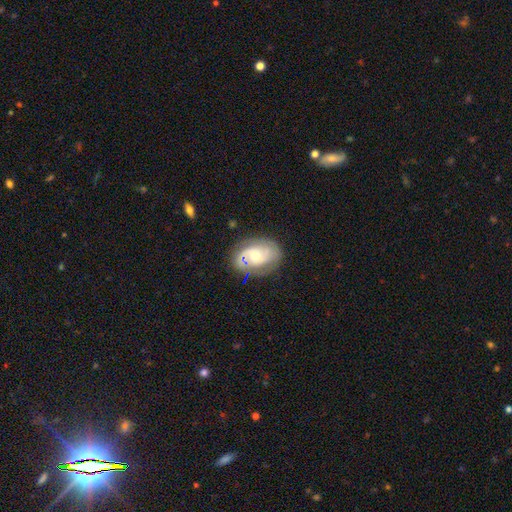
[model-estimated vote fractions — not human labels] Smooth or featured?
  - featured or disk: 73% *
  - smooth: 21%
  - star or artifact: 7%
Edge-on disk?
  - no: 97% *
  - yes: 3%
Bar?
  - no: 66% *
  - weak: 29%
  - strong: 5%
Spiral arms?
  - yes: 89% *
  - no: 11%
Spiral winding?
  - medium: 45% *
  - tight: 34%
  - loose: 21%
Spiral arm count?
  - 2: 66% *
  - can't tell: 17%
  - 3: 7%
  - 1: 6%
  - 4: 2%
  - more than 4: 2%
Bulge size?
  - moderate: 50% *
  - small: 43%
  - large: 4%
  - none: 2%
  - dominant: 1%
Merging?
  - none: 66% *
  - minor disturbance: 20%
  - major disturbance: 8%
  - merger: 5%